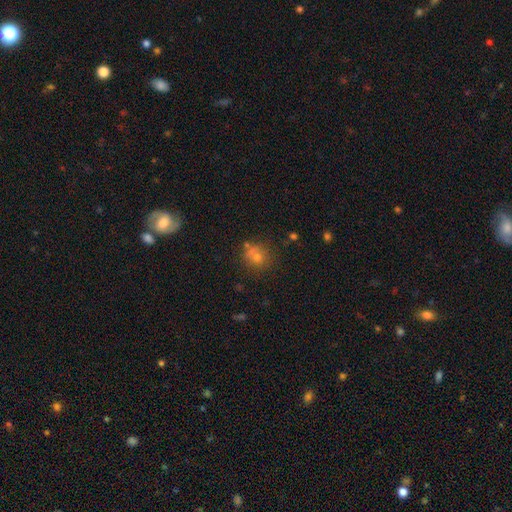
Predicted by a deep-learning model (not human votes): Smooth or featured? smooth (71%)
How rounded? round (80%)
Merging? none (59%)